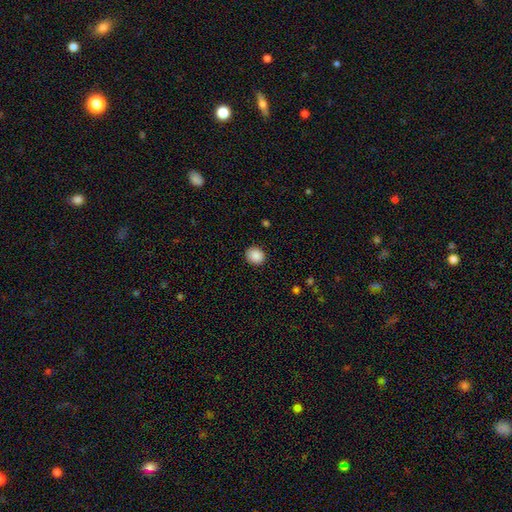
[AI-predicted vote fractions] Smooth or featured: smooth — 88% (star or artifact — 9%)
How rounded: round — 75% (in between — 24%)
Merging: none — 89% (minor disturbance — 8%)